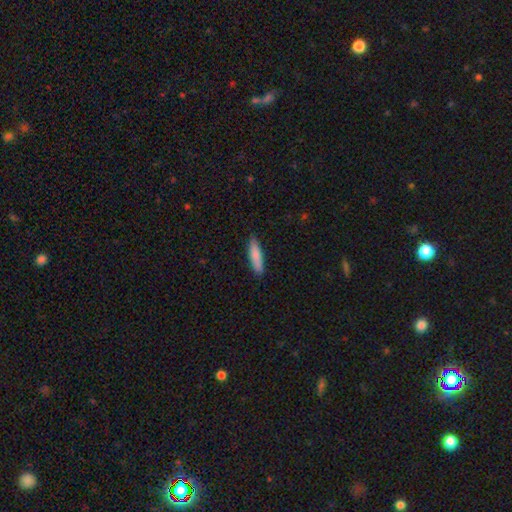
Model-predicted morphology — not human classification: A smooth galaxy with no disk features (83%) that is cigar-shaped (74%). Merging: none (88%).